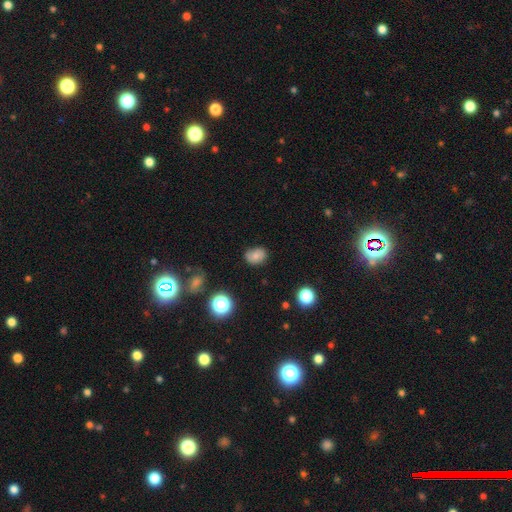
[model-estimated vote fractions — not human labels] A smooth galaxy with no disk features (69%) that is in between round and cigar-shaped (57%).

Vote fractions:
- Smooth or featured? smooth: 69% / featured or disk: 18% / star or artifact: 13%
- How rounded? in between: 57% / round: 42% / cigar-shaped: 1%
- Merging? none: 72% / minor disturbance: 21% / major disturbance: 5% / merger: 3%